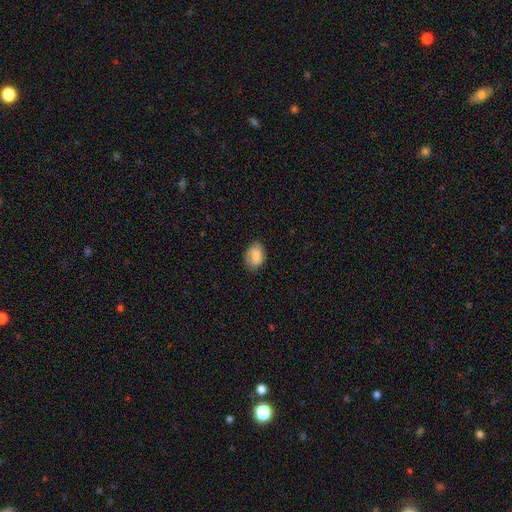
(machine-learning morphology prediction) Q: Smooth or featured?
A: smooth (72%); runner-up: featured or disk (20%)
Q: How rounded?
A: in between (81%); runner-up: round (17%)
Q: Merging?
A: none (77%); runner-up: minor disturbance (18%)